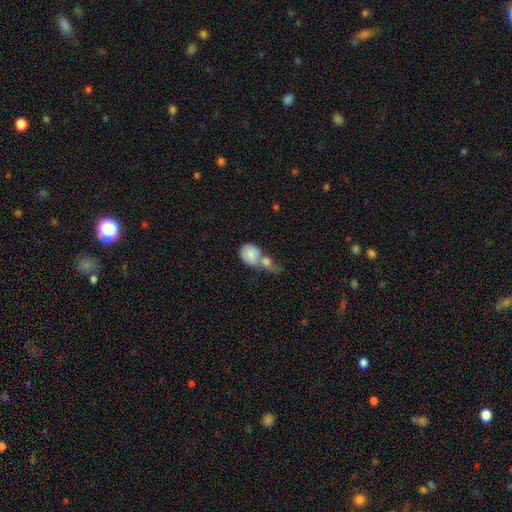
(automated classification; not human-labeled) smooth-or-featured: smooth: 59% | featured or disk: 24% | star or artifact: 17%
  how-rounded: round: 62% | in between: 35% | cigar-shaped: 3%
  merging: merger: 48% | none: 33% | minor disturbance: 11% | major disturbance: 8%